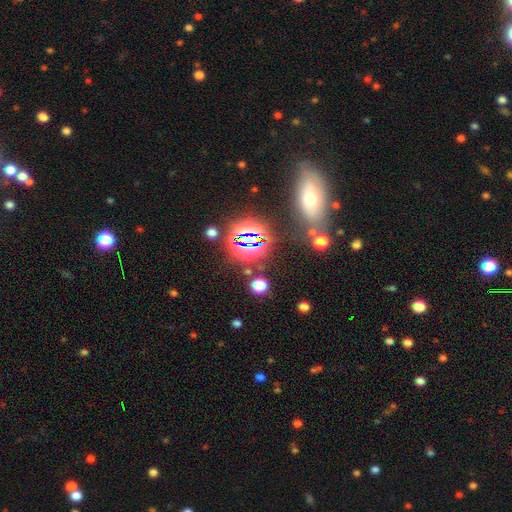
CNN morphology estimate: star or artifact 60%, smooth 22%, featured or disk 18%.